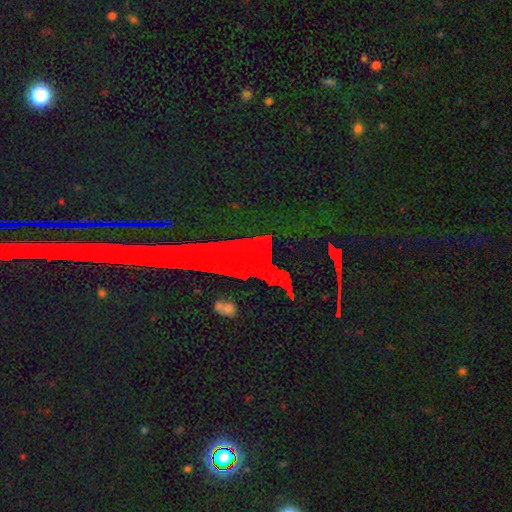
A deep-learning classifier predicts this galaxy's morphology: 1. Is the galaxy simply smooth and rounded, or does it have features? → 84% star or artifact, 8% featured or disk, 8% smooth.